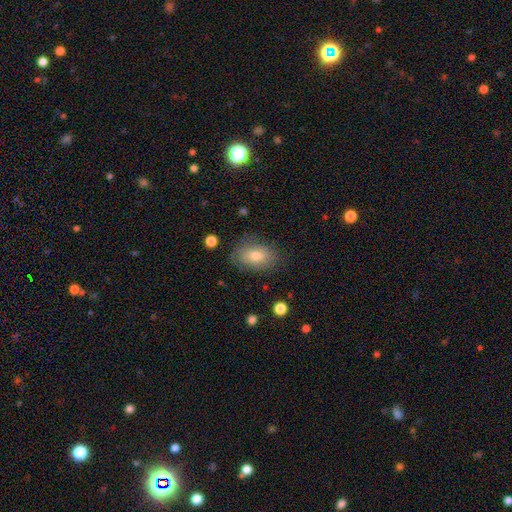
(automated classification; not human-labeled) Smooth or featured?
  - smooth: 72% *
  - featured or disk: 18%
  - star or artifact: 9%
How rounded?
  - in between: 87% *
  - round: 11%
  - cigar-shaped: 2%
Merging?
  - none: 78% *
  - minor disturbance: 16%
  - major disturbance: 5%
  - merger: 1%